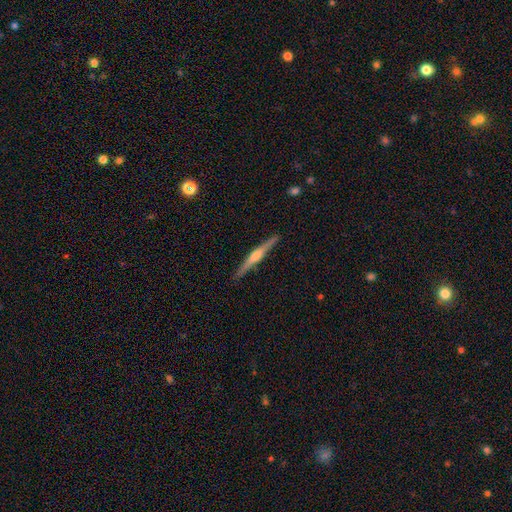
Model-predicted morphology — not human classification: Smooth or featured? Predicted: featured or disk (p=0.78). Edge-on disk? Predicted: yes (p=0.98). Edge-on bulge? Predicted: rounded (p=0.78). Merging? Predicted: none (p=0.92).